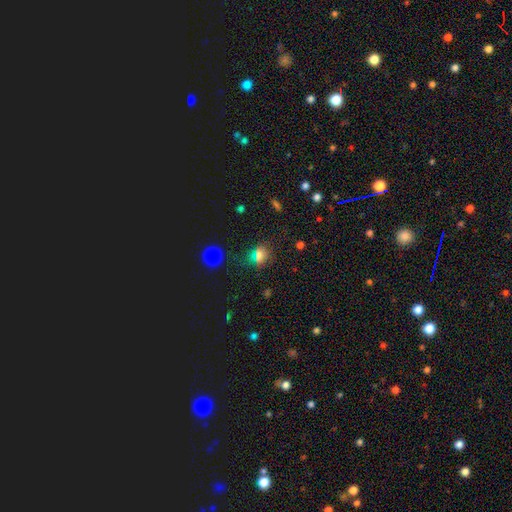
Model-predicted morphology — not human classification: type=smooth (63%); roundness=round (64%); merging=none (78%).